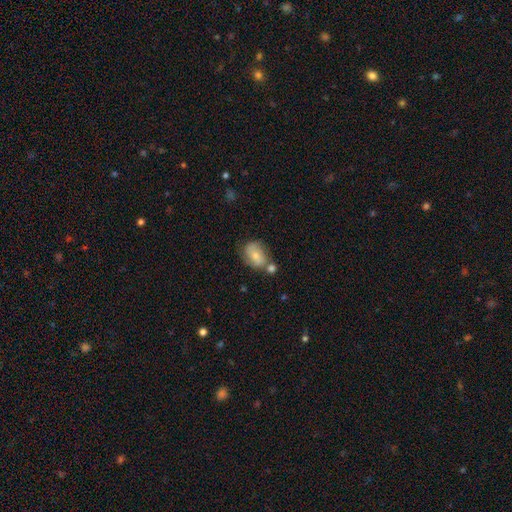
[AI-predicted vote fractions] smooth-or-featured: smooth: 65% | featured or disk: 27% | star or artifact: 8%
  how-rounded: in between: 71% | round: 28% | cigar-shaped: 2%
  merging: none: 47% | merger: 25% | minor disturbance: 21% | major disturbance: 7%